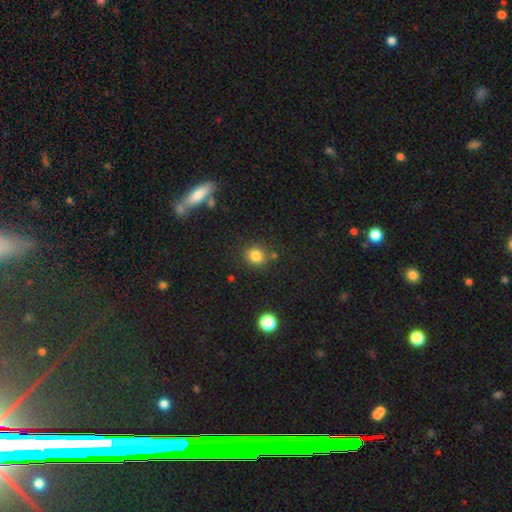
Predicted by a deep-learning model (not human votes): smooth_or_featured: smooth (p=0.81) [alt: star or artifact p=0.13]
how_rounded: round (p=0.77) [alt: in between p=0.22]
merging: none (p=0.81) [alt: minor disturbance p=0.10]